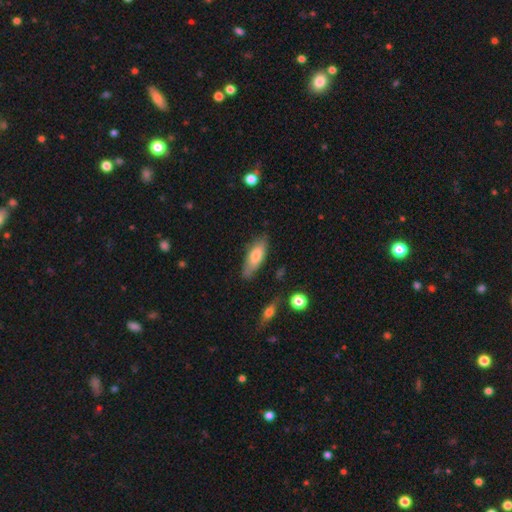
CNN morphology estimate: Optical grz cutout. It shows a smooth galaxy with no disk features (71%) that is in between round and cigar-shaped (61%). Merging: none (77%).